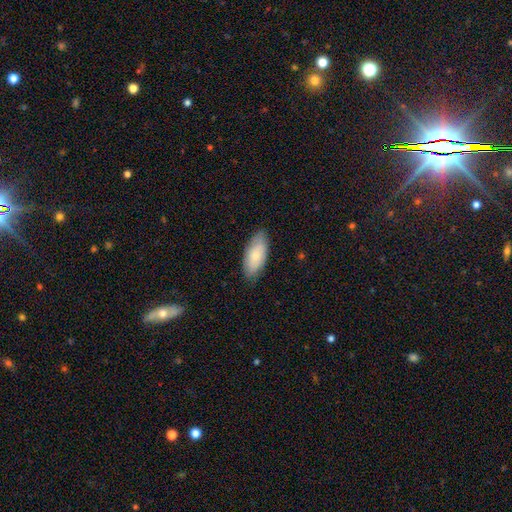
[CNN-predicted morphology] Overall: smooth (77%). How rounded: in between (89%). Merging: none (81%).